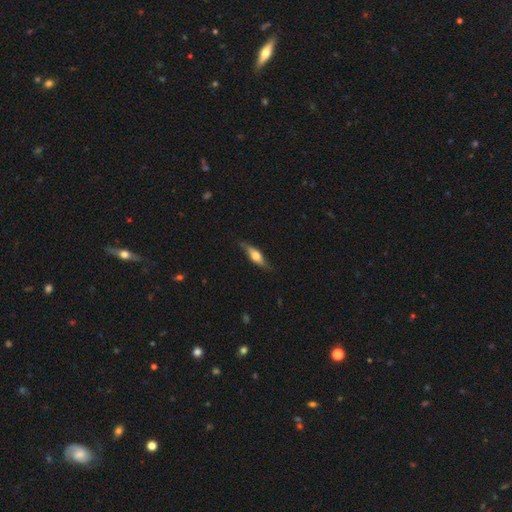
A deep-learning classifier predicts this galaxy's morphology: A smooth galaxy with no disk features (47%, tied with featured or disk).

Vote fractions:
- Smooth or featured? smooth: 47% (tied) / featured or disk: 47% (tied) / star or artifact: 6%
- Merging? none: 75% / minor disturbance: 20% / major disturbance: 4% / merger: 1%